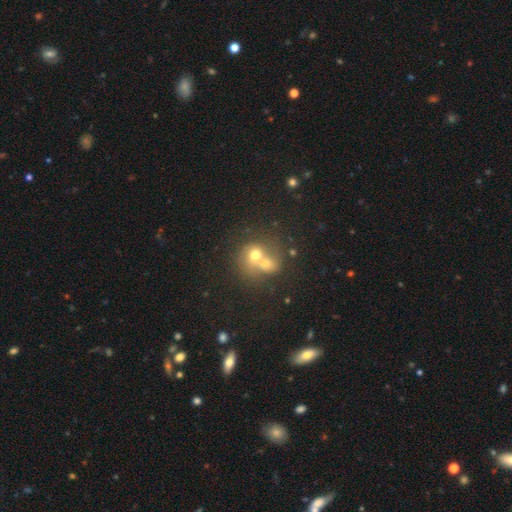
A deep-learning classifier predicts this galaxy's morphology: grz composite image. It shows a smooth galaxy with no disk features (62%) that is round (68%). Merging: merger (73%).